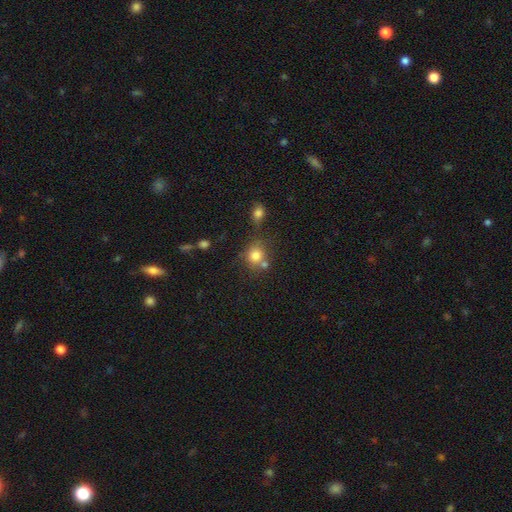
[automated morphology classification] Smooth or featured: smooth — 78% (star or artifact — 12%)
How rounded: round — 76% (in between — 22%)
Merging: none — 55% (merger — 24%)